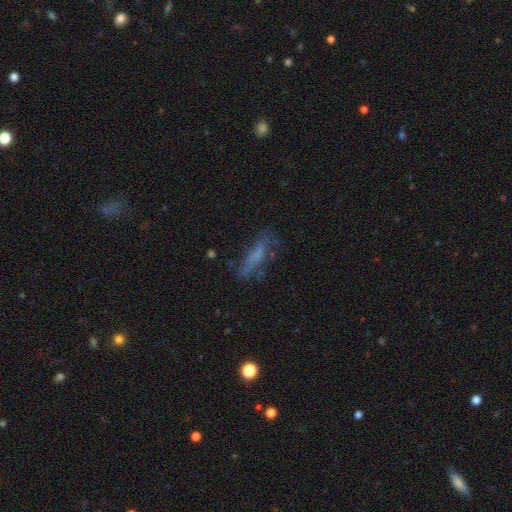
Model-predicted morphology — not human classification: smooth-or-featured: smooth: 48% | featured or disk: 38% | star or artifact: 14%
  merging: none: 53% | minor disturbance: 24% | major disturbance: 19% | merger: 4%